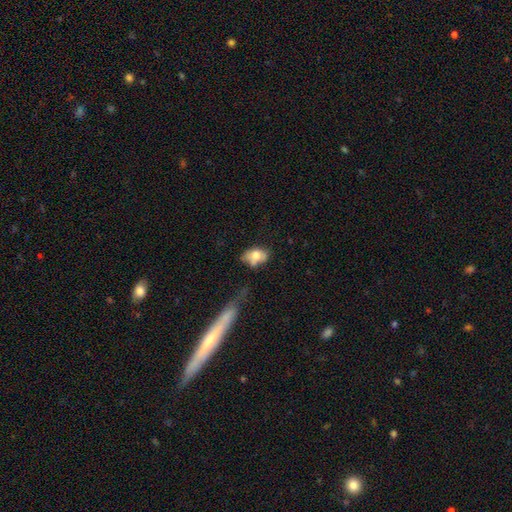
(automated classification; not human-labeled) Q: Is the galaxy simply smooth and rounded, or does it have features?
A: smooth — 66%.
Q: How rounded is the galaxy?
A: in between — 82%.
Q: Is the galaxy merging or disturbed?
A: none — 39%.